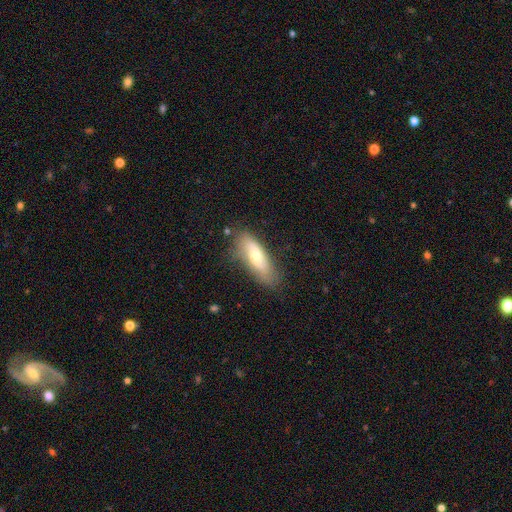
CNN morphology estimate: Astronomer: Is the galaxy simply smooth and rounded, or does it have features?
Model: smooth — 61%.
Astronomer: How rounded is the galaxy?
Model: in between — 60% (runner-up: cigar-shaped, 38%).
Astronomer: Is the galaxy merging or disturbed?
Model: none — 71%.